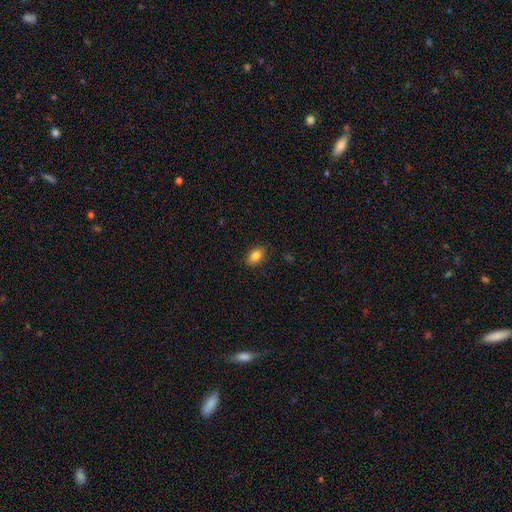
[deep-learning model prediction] A smooth galaxy with no disk features (84%) that is in between round and cigar-shaped (85%). Merging: none (86%).